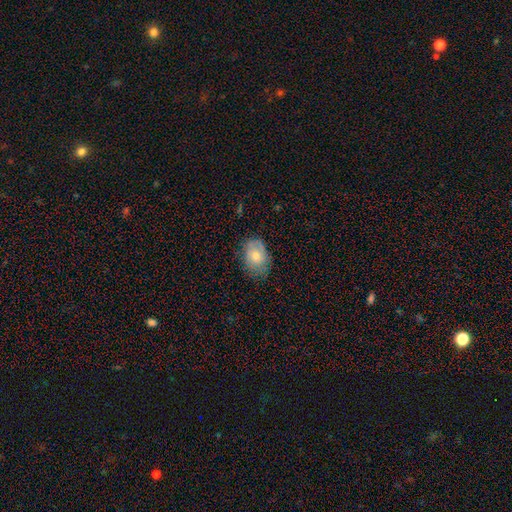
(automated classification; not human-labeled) A smooth galaxy with no disk features (69%) that is in between round and cigar-shaped (77%).

Vote fractions:
- Smooth or featured? smooth: 69% / featured or disk: 24% / star or artifact: 7%
- How rounded? in between: 77% / round: 22% / cigar-shaped: 1%
- Merging? none: 67% / minor disturbance: 25% / major disturbance: 7% / merger: 1%